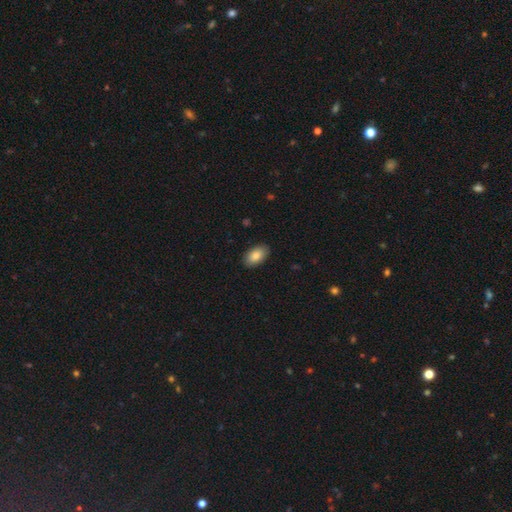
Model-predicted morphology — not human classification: A smooth galaxy with no disk features (86%) that is in between round and cigar-shaped (94%).

Vote fractions:
- Smooth or featured? smooth: 86% / featured or disk: 8% / star or artifact: 6%
- How rounded? in between: 94% / round: 4% / cigar-shaped: 2%
- Merging? none: 89% / minor disturbance: 8% / major disturbance: 2% / merger: 1%